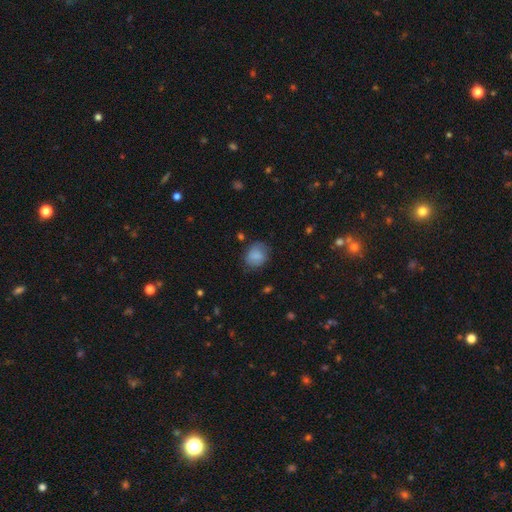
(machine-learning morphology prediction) Smooth or featured? Predicted: smooth (p=0.81). How rounded? Predicted: round (p=0.52). Merging? Predicted: none (p=0.71).